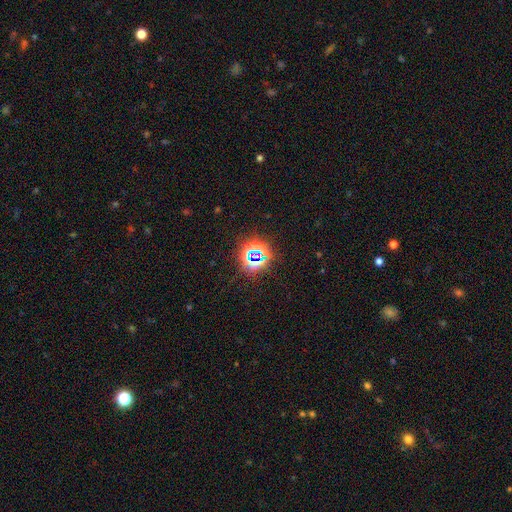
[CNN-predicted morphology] star or artifact 74%, smooth 17%, featured or disk 9%.